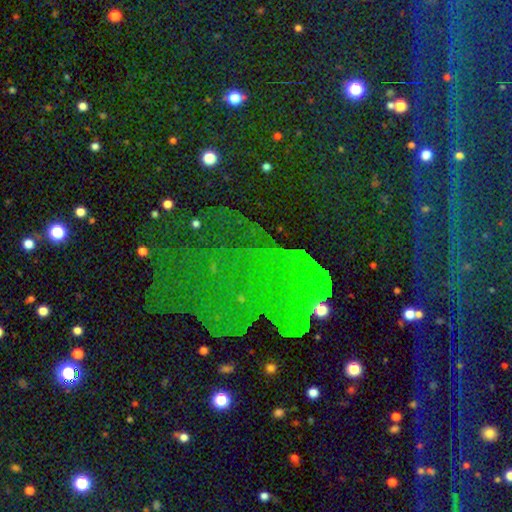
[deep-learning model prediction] Q: Smooth or featured?
A: star or artifact (76%); runner-up: featured or disk (12%)